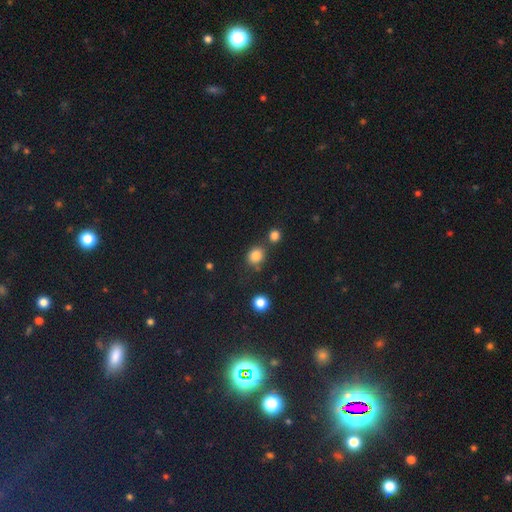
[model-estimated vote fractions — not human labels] Smooth or featured?
  - smooth: 82% *
  - star or artifact: 12%
  - featured or disk: 5%
How rounded?
  - round: 69% *
  - in between: 30%
  - cigar-shaped: 1%
Merging?
  - none: 68% *
  - merger: 16%
  - minor disturbance: 12%
  - major disturbance: 4%